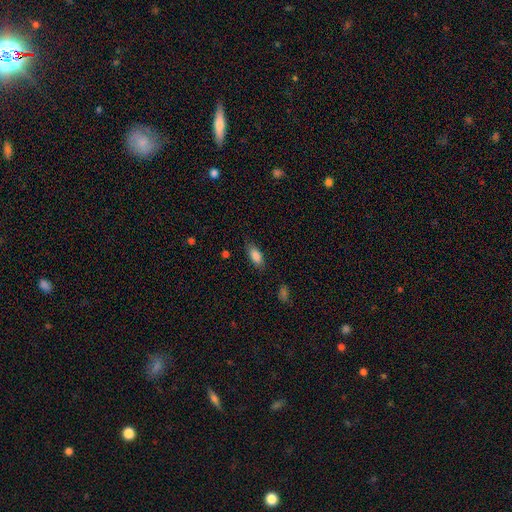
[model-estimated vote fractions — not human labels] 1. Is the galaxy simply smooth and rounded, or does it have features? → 86% smooth, 7% star or artifact, 6% featured or disk.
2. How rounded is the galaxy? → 85% in between, 12% cigar-shaped, 3% round.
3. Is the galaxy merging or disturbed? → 83% none, 13% minor disturbance, 3% major disturbance, 1% merger.